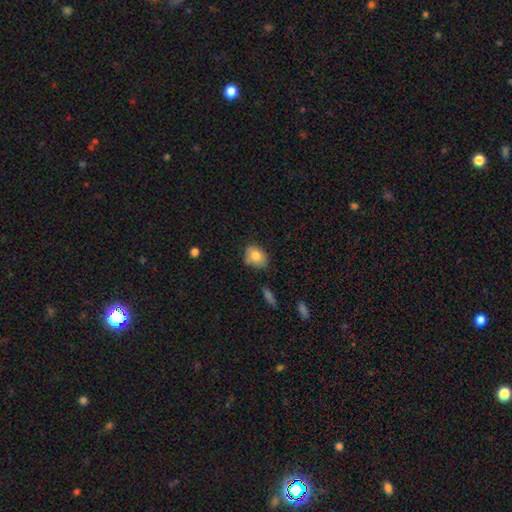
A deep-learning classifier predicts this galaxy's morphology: Smooth or featured: smooth — 82% (featured or disk — 10%)
How rounded: in between — 74% (round — 25%)
Merging: none — 68% (minor disturbance — 23%)